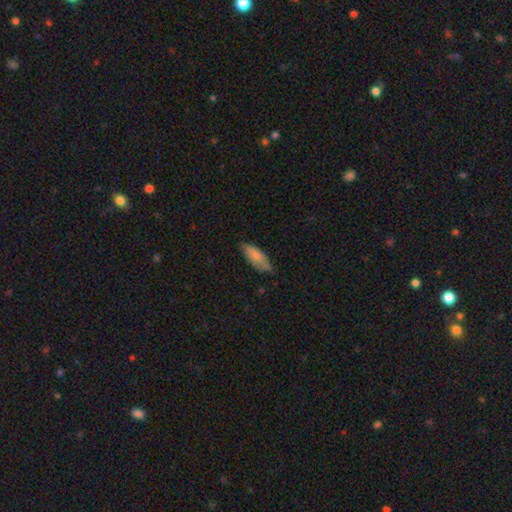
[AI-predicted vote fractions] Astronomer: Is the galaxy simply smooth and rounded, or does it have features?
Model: smooth — 80%.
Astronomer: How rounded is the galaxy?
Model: in between — 74%.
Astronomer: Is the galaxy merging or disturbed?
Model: none — 68%.